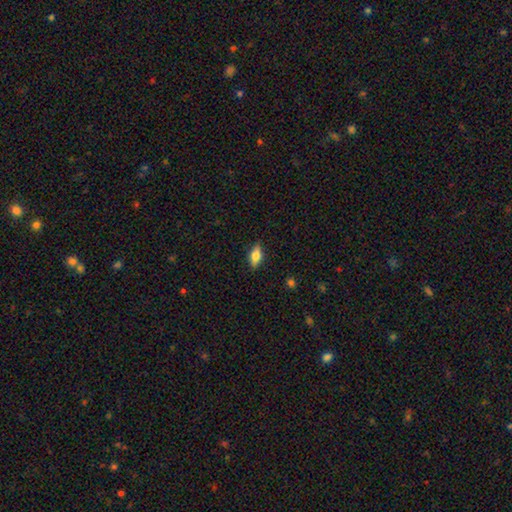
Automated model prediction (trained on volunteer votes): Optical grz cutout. It shows a smooth galaxy with no disk features (68%) that is in between round and cigar-shaped (79%). Merging: none (86%).